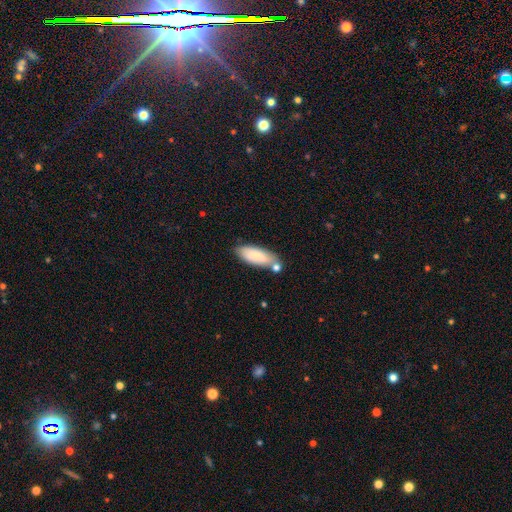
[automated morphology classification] The model was most divided on "merging": none: 63%, minor disturbance: 17%, merger: 16%, major disturbance: 4%. More confident: smooth or featured — smooth (83%); how rounded — in between (75%).